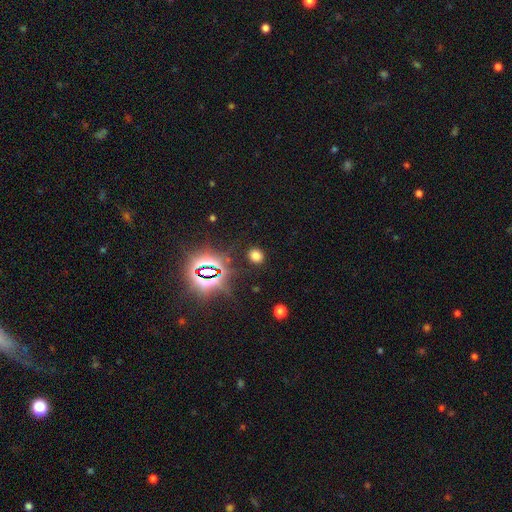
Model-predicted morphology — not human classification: Smooth or featured? Predicted: smooth (p=0.66). How rounded? Predicted: round (p=0.63). Merging? Predicted: none (p=0.87).